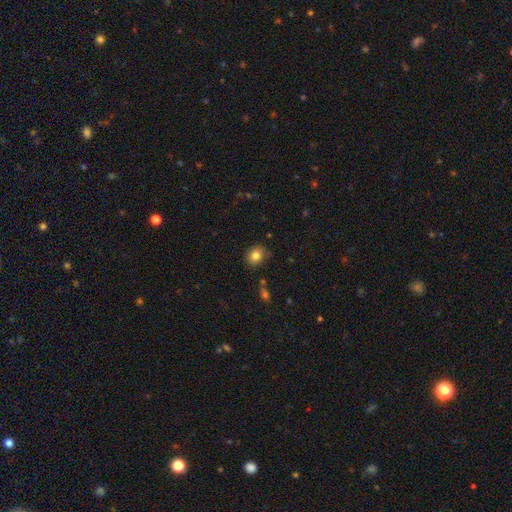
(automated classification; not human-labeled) A smooth galaxy with no disk features (82%) that is round (71%). Merging: none (81%).